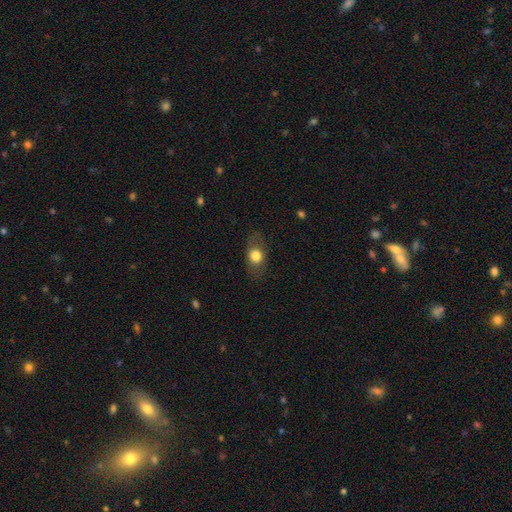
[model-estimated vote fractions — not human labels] Smooth or featured? Predicted: smooth (p=0.71). How rounded? Predicted: in between (p=0.64). Merging? Predicted: none (p=0.79).